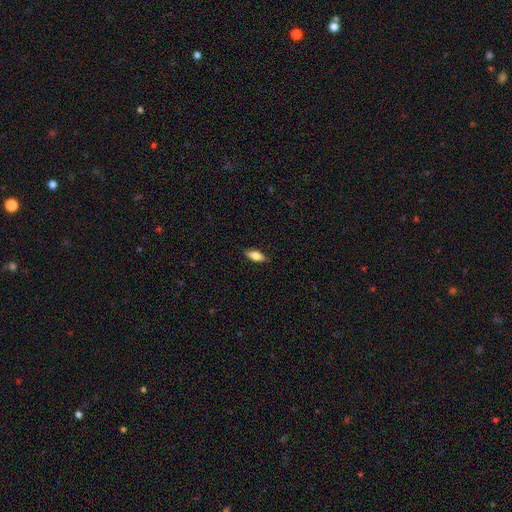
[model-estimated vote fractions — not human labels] Morphology: type=smooth (75%); roundness=in between (76%); merging=none (86%).